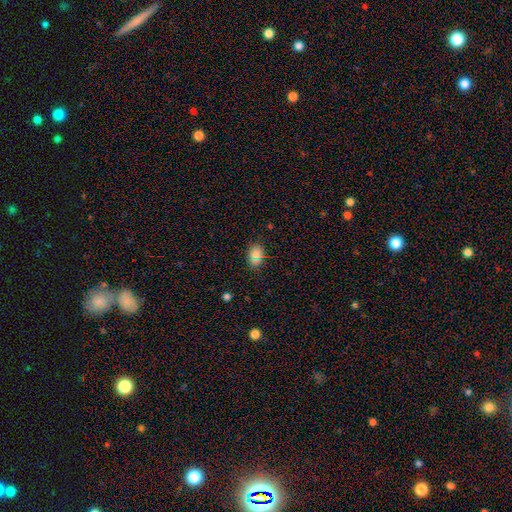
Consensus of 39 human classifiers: Smooth or featured?
  - smooth: 69% *
  - featured or disk: 26%
  - star or artifact: 5%
How rounded?
  - in between: 89% *
  - round: 11%
  - cigar-shaped: 0%
Merging?
  - none: 84% *
  - minor disturbance: 11%
  - major disturbance: 5%
  - merger: 0%